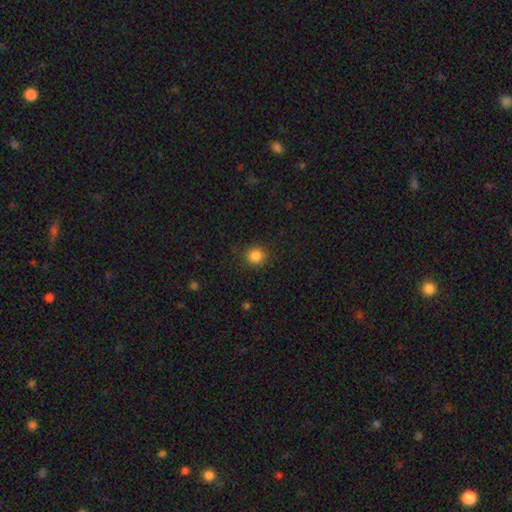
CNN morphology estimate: The model was most divided on "smooth or featured": smooth: 85%, star or artifact: 11%, featured or disk: 4%. More confident: how rounded — round (90%); merging — none (89%).